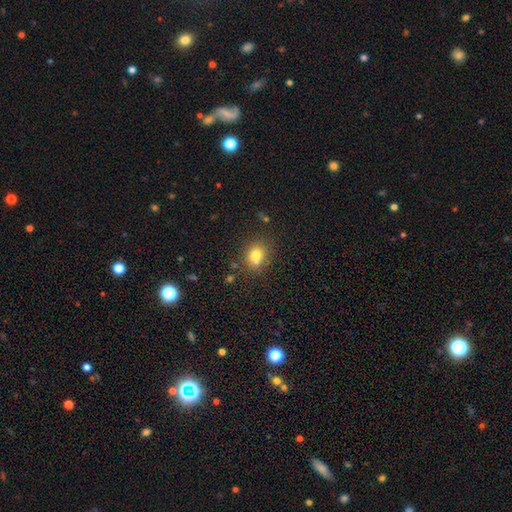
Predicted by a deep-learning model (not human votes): Smooth or featured? Predicted: smooth (p=0.76). How rounded? Predicted: round (p=0.62). Merging? Predicted: none (p=0.67).